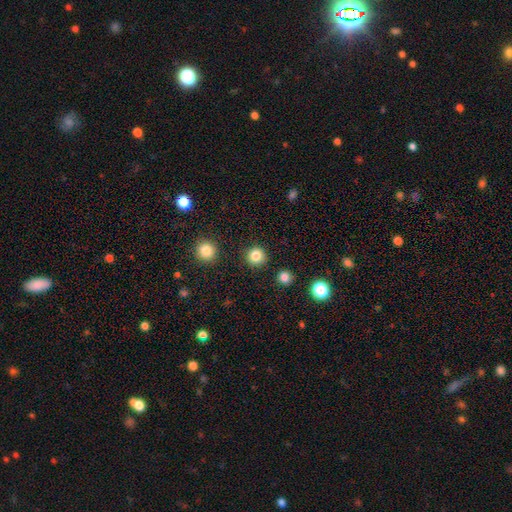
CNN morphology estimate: Smooth or featured: smooth — 84% (star or artifact — 12%)
How rounded: round — 94% (in between — 5%)
Merging: none — 91% (minor disturbance — 5%)